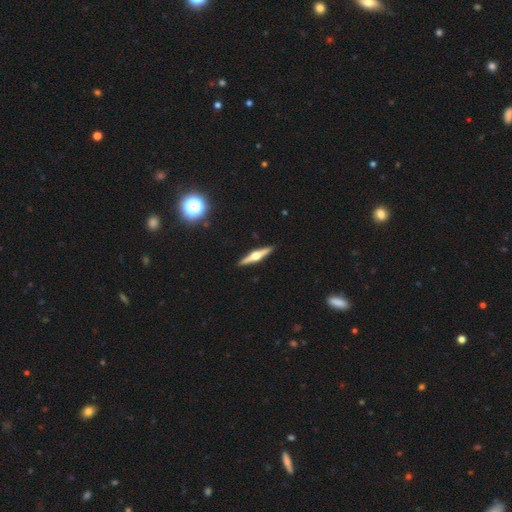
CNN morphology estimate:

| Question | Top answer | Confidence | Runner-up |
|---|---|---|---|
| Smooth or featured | featured or disk | 77% | smooth (17%) |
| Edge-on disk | yes | 98% | no (2%) |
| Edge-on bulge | rounded | 95% | boxy (4%) |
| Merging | none | 92% | minor disturbance (5%) |